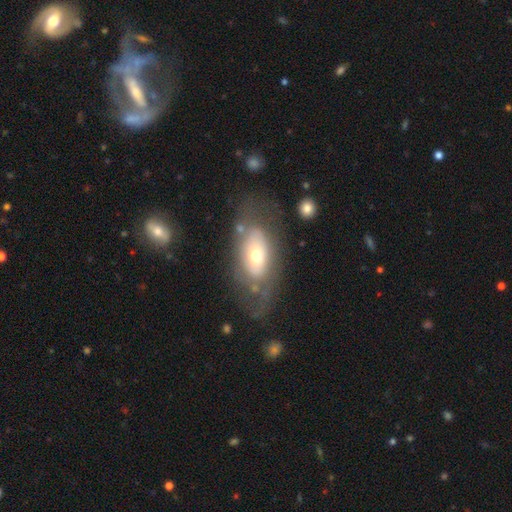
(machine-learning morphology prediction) Smooth or featured? Predicted: featured or disk (p=0.54). Edge-on disk? Predicted: no (p=0.88). Merging? Predicted: none (p=0.57).